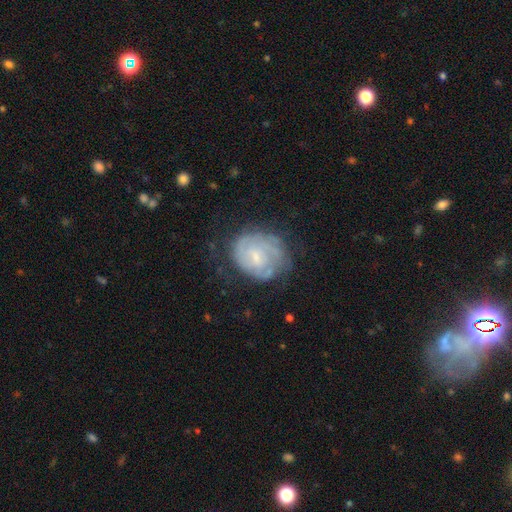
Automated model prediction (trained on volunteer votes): Morphology: type=featured or disk (68%); edge-on=no (98%); bar=no (51%); spiral arms=yes (81%); winding=tight (61%); arm count=can't tell (50%); bulge=small (60%); merging=none (59%).